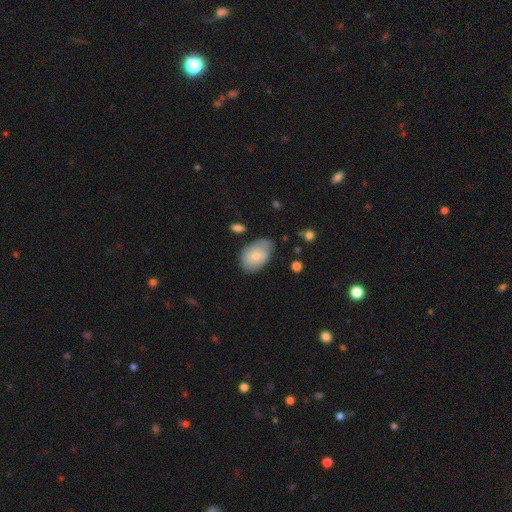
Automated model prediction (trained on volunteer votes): smooth 74%, featured or disk 19%, star or artifact 6%. Down the decision tree: how rounded — in between (89%); merging — none (63%).